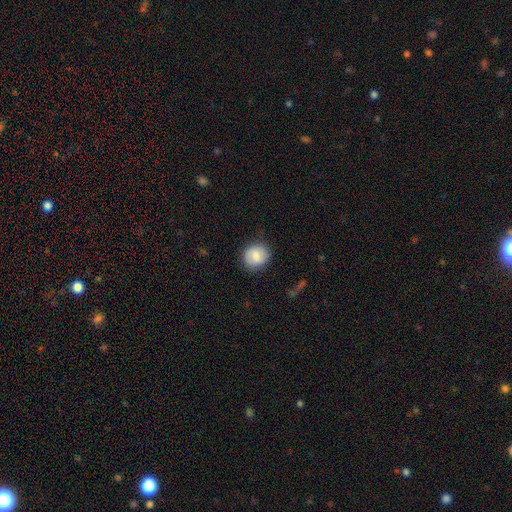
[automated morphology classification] Q: Smooth or featured?
A: smooth (75%); runner-up: featured or disk (17%)
Q: How rounded?
A: round (80%); runner-up: in between (19%)
Q: Merging?
A: none (83%); runner-up: minor disturbance (12%)